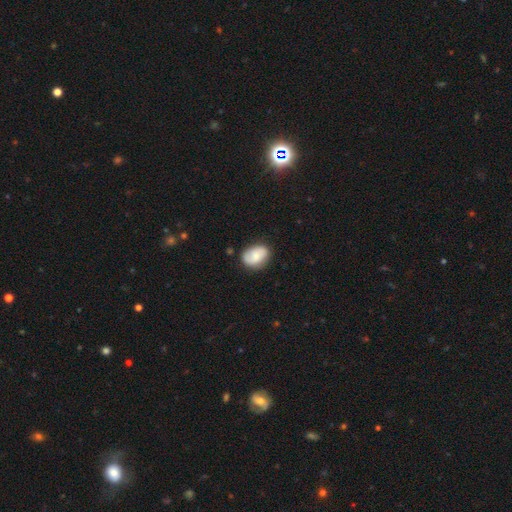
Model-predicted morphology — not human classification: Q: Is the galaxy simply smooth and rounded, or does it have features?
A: smooth — 62%.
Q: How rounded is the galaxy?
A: in between — 74%.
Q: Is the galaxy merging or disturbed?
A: none — 74%.